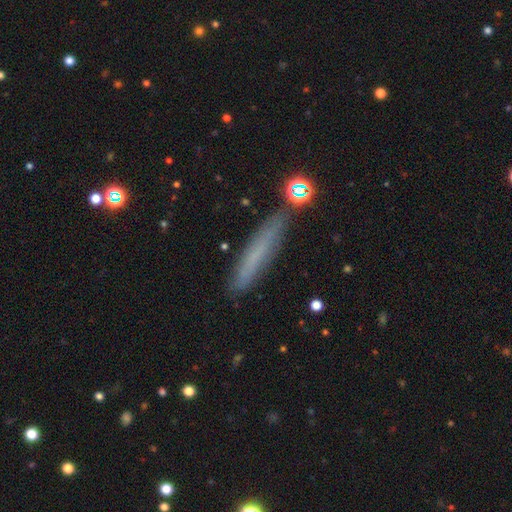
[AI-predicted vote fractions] smooth-or-featured: smooth: 63% | featured or disk: 26% | star or artifact: 11%
  how-rounded: cigar-shaped: 92% | in between: 6% | round: 2%
  merging: none: 84% | minor disturbance: 10% | merger: 3% | major disturbance: 2%